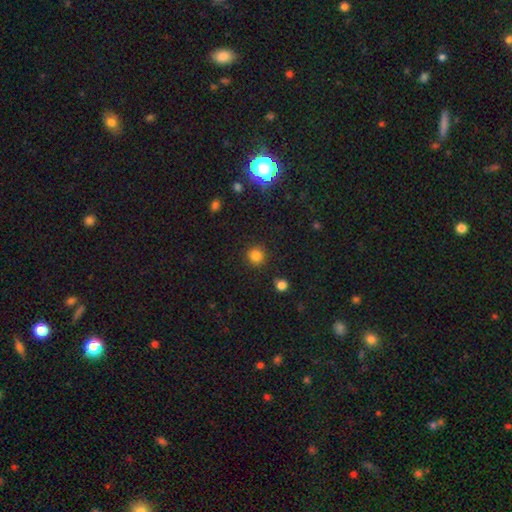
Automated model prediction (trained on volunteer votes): smooth 82%, star or artifact 13%, featured or disk 5%. Down the decision tree: how rounded — round (94%); merging — none (90%).